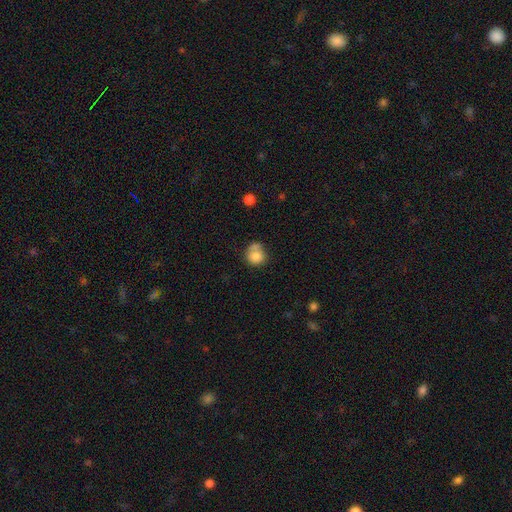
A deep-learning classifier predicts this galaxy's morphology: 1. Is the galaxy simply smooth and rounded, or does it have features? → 82% smooth, 9% featured or disk, 9% star or artifact.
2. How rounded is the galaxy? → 81% round, 18% in between, 1% cigar-shaped.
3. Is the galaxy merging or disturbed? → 43% none, 32% merger, 17% minor disturbance, 8% major disturbance.